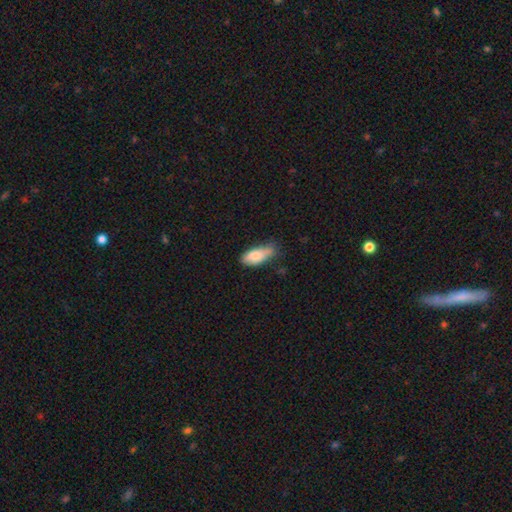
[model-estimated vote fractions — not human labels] A smooth galaxy with no disk features (82%) that is in between round and cigar-shaped (82%). Merging: minor disturbance (43%).